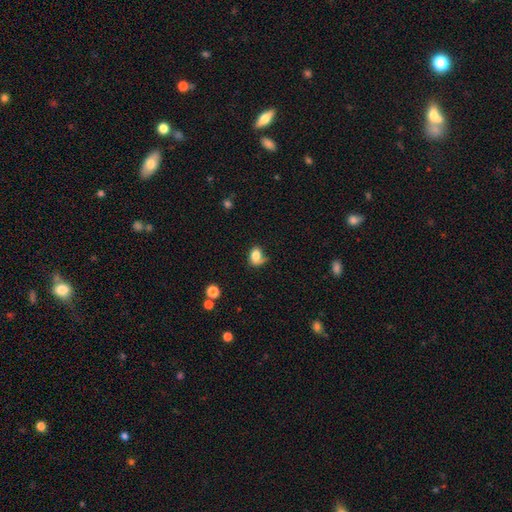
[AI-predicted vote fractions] smooth 77%, featured or disk 13%, star or artifact 10%. Down the decision tree: how rounded — in between (68%); merging — none (46%).